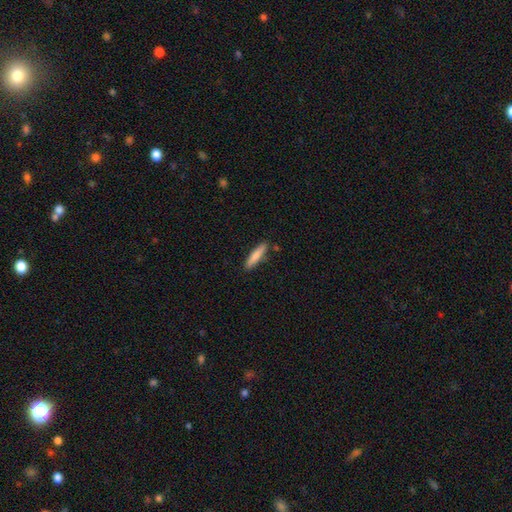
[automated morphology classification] The model was most divided on "smooth or featured": smooth: 75%, featured or disk: 19%, star or artifact: 6%. More confident: merging — none (85%); how rounded — cigar-shaped (85%).